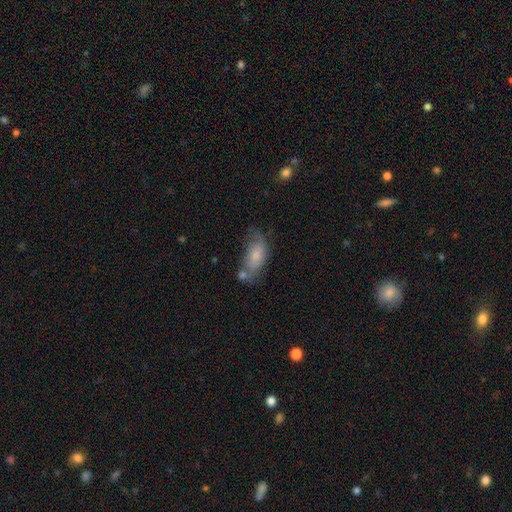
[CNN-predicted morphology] Smooth or featured? Predicted: smooth (p=0.65). How rounded? Predicted: in between (p=0.84). Merging? Predicted: none (p=0.44).